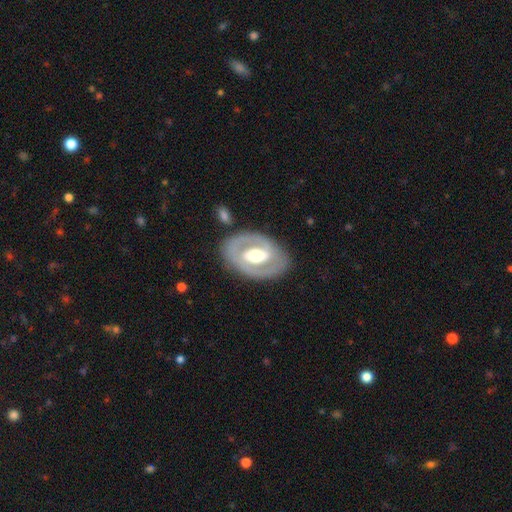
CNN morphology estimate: Overall: featured or disk (74%). Edge-on disk: no (94%). Bar: strong (36%; weak 35%). Spiral arms: no (55%; yes 45%). Bulge size: moderate (64%; large 25%). Merging: none (80%).